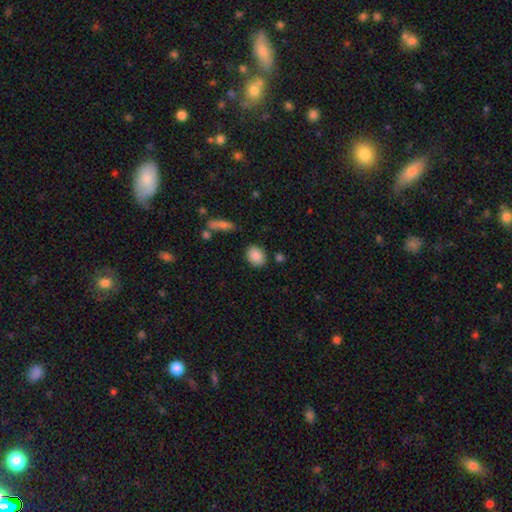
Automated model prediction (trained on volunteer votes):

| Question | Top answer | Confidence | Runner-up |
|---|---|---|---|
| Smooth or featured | smooth | 87% | star or artifact (8%) |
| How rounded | in between | 64% | round (35%) |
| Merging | none | 81% | minor disturbance (11%) |